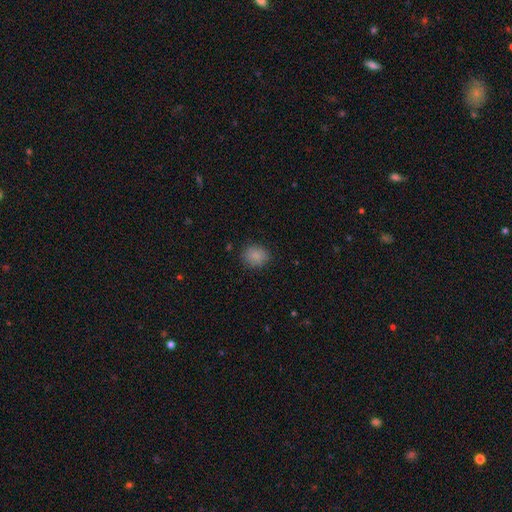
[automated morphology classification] Smooth or featured? smooth (86%)
How rounded? round (67%)
Merging? none (84%)